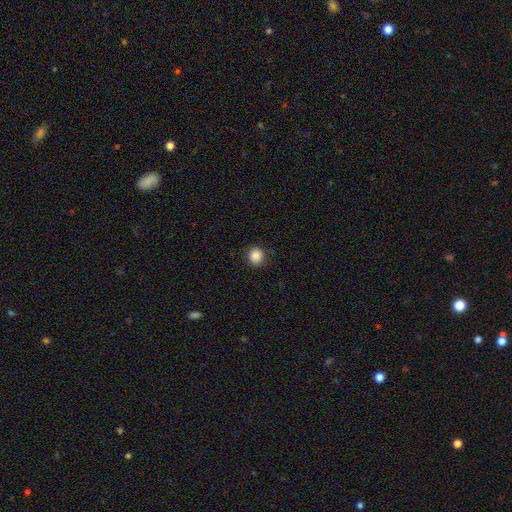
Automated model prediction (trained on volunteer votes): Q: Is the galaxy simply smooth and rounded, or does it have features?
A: smooth — 87%.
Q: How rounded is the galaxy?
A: round — 93%.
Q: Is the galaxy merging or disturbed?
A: none — 91%.